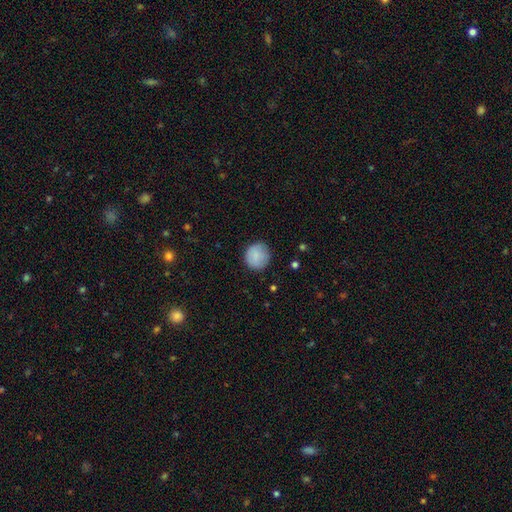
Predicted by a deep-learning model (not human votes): Smooth or featured? smooth (87%)
How rounded? round (91%)
Merging? none (84%)